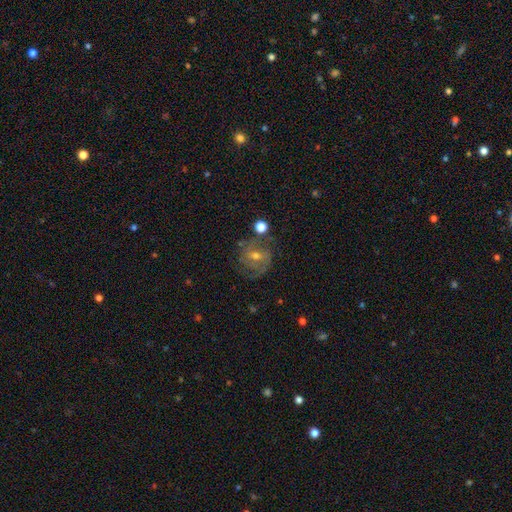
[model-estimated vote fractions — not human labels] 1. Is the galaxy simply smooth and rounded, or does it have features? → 68% featured or disk, 21% smooth, 10% star or artifact.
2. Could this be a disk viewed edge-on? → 97% no, 3% yes.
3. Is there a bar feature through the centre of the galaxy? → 47% weak, 40% no, 13% strong.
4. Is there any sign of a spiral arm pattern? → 86% yes, 14% no.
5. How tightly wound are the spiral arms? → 44% medium, 40% tight, 16% loose.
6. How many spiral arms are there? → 54% 2, 24% can't tell, 10% 3, 7% 1, 3% 4, 3% more than 4.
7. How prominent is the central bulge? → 58% moderate, 36% small, 3% large, 2% none, 1% dominant.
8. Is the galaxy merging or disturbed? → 65% none, 18% minor disturbance, 12% major disturbance, 5% merger.